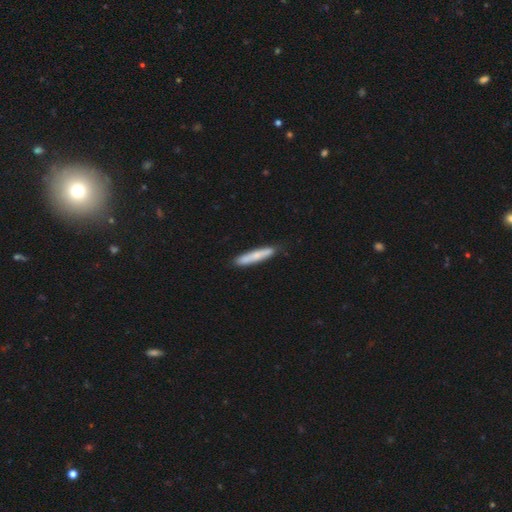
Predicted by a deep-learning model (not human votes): Morphology: type=smooth (70%); roundness=cigar-shaped (92%); merging=none (84%).